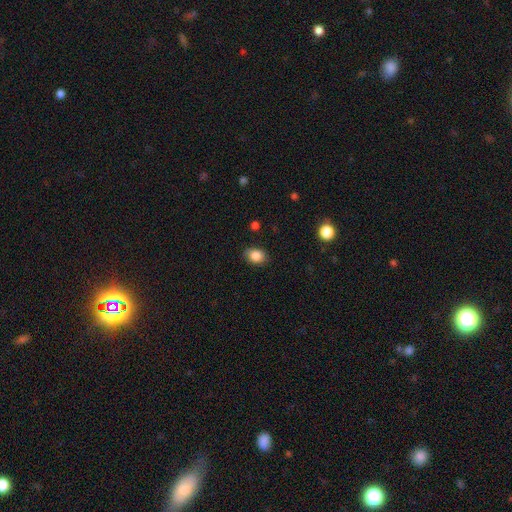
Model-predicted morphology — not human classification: This is clearly a smooth galaxy (86%). How rounded: likely in between (71%). Merging: clearly none (86%).